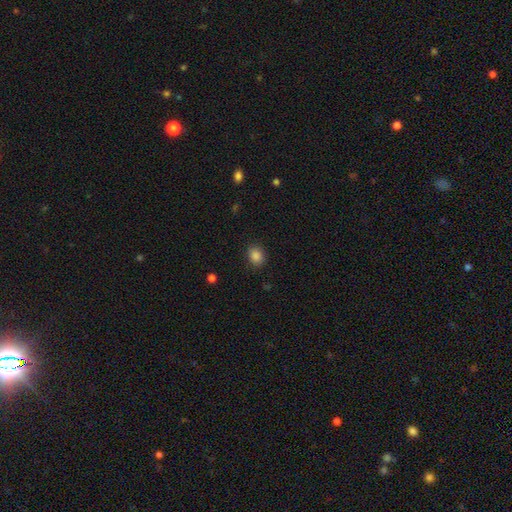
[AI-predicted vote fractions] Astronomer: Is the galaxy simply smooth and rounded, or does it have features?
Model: smooth — 86%.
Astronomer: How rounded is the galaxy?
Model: round — 51% (runner-up: in between, 49%).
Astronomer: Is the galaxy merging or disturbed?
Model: none — 88%.